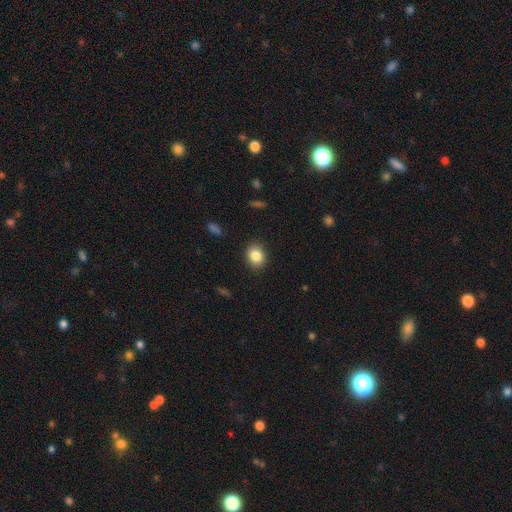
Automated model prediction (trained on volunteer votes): A smooth galaxy with no disk features (85%) that is round (50%). Merging: none (88%).